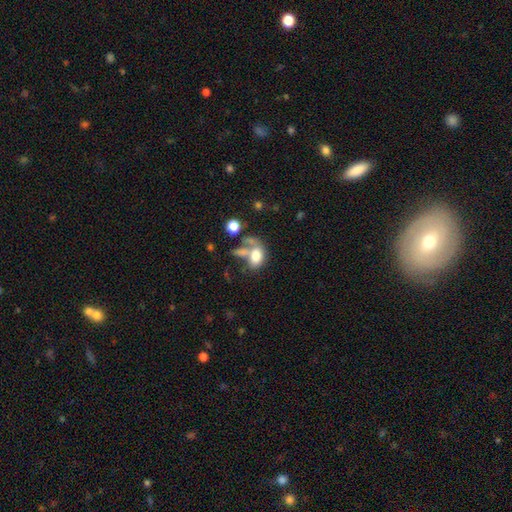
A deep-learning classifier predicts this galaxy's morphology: Smooth or featured? smooth (70%)
How rounded? in between (80%)
Merging? merger (44%)